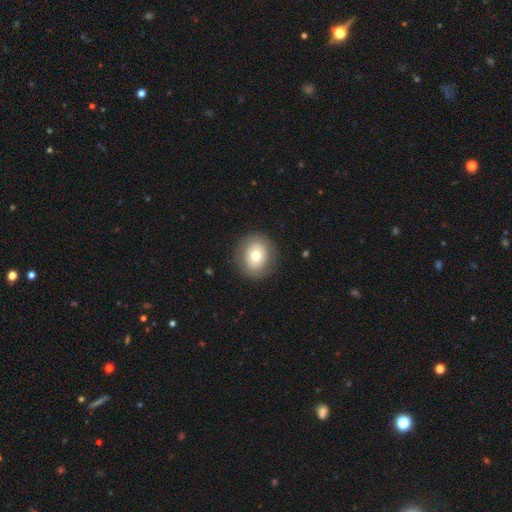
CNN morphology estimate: This appears to be a smooth galaxy with no disk features (69%) that is round (74%). Merging: none (87%).